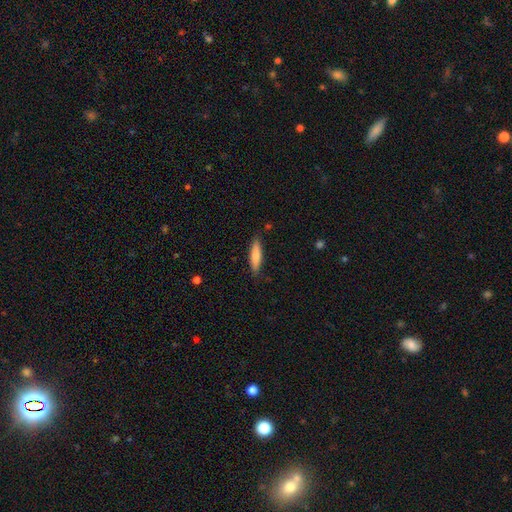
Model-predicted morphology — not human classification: Overall: smooth (78%). How rounded: cigar-shaped (74%). Merging: none (85%).